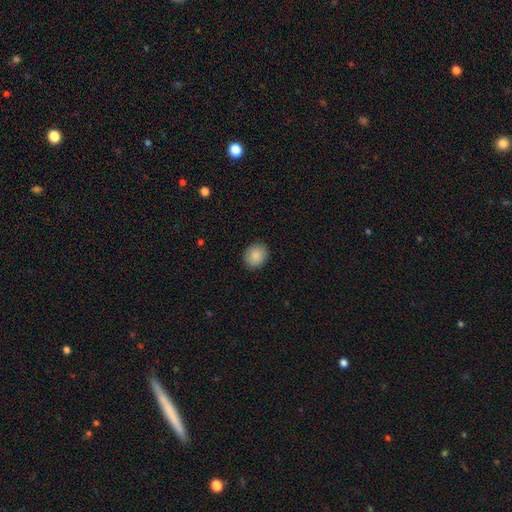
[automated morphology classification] Overall: smooth (89%). How rounded: round (67%; in between 32%). Merging: none (89%).